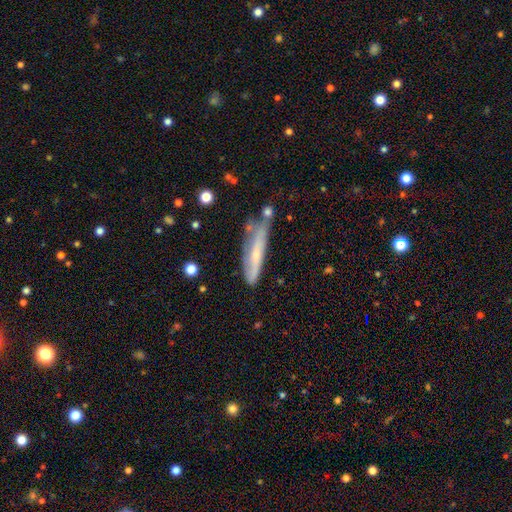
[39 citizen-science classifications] A smooth galaxy with no disk features (46%) that is cigar-shaped (89%).

Vote fractions:
- Smooth or featured? smooth: 46% / featured or disk: 44% / star or artifact: 10%
- How rounded? cigar-shaped: 89% / in between: 11% / round: 0%
- Merging? none: 43% / minor disturbance: 31% / major disturbance: 23% / merger: 3%